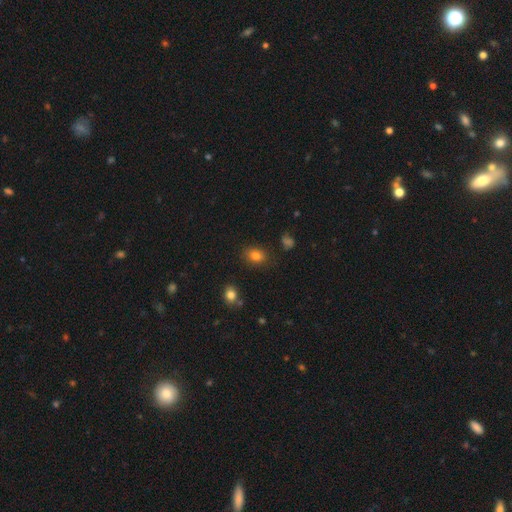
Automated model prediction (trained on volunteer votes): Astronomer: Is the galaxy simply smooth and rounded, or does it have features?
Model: smooth — 81%.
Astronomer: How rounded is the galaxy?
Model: in between — 61% (runner-up: round, 38%).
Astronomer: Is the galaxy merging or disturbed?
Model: none — 84%.